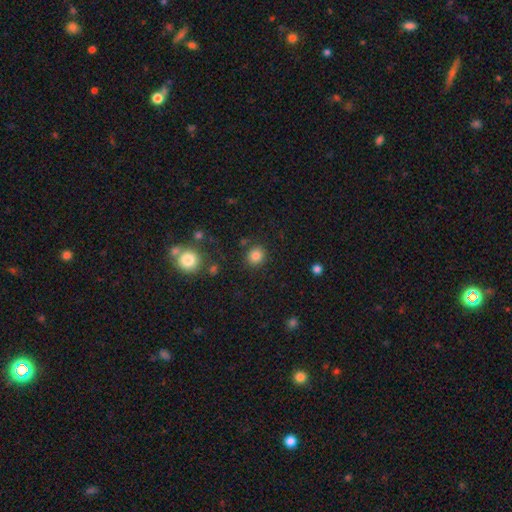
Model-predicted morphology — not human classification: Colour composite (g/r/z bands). It shows a smooth galaxy with no disk features (83%) that is round (81%). Merging: none (86%).